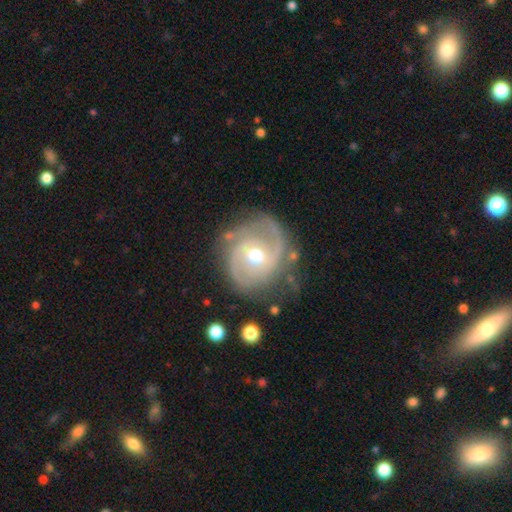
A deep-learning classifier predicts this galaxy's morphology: type=featured or disk (84%); edge-on=no (97%); bar=no (54%); spiral arms=yes (91%); winding=tight (46%); arm count=2 (71%); bulge=moderate (75%); merging=none (69%).